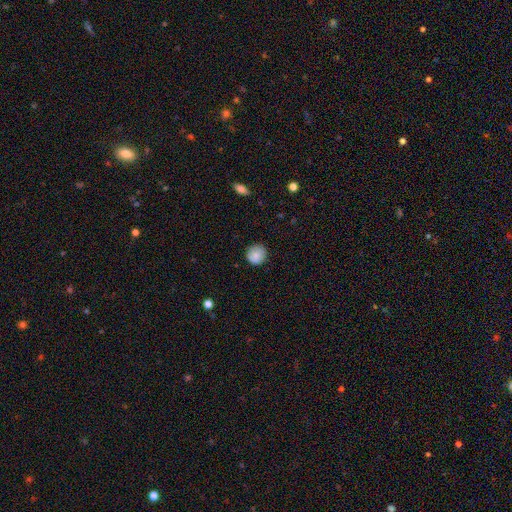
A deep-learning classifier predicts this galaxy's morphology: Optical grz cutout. It shows a smooth galaxy with no disk features (83%) that is round (92%). Merging: none (85%).